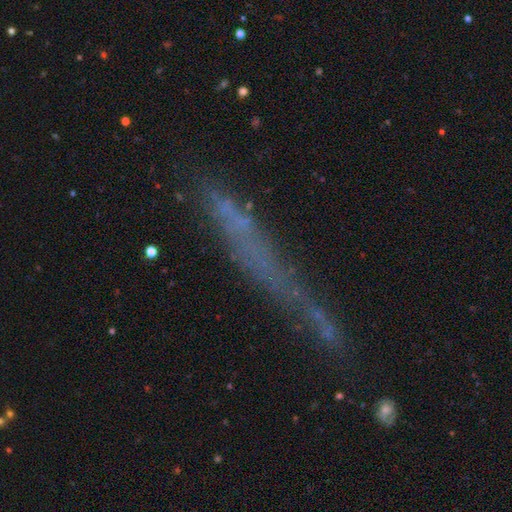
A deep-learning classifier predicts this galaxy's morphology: star or artifact 36%, smooth 32%, featured or disk 31%.